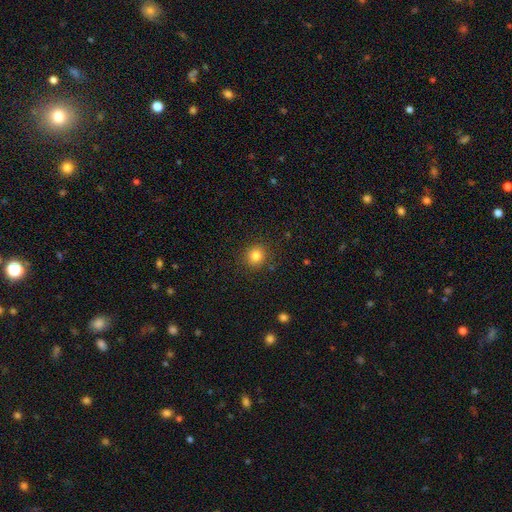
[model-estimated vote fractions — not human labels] This is clearly a smooth galaxy (82%). How rounded: clearly round (90%). Merging: clearly none (89%).